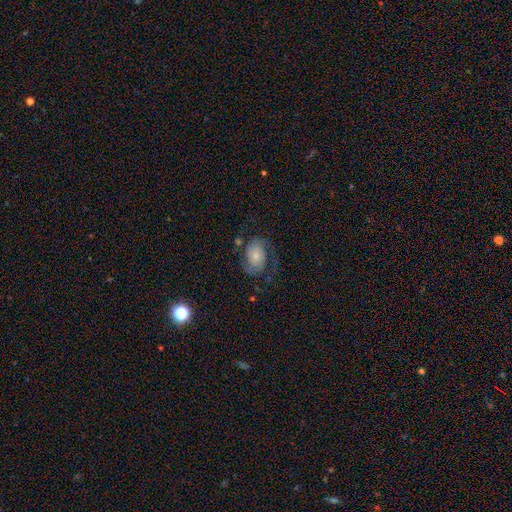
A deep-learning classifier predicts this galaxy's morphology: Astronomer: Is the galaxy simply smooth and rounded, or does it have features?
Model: featured or disk — 65%.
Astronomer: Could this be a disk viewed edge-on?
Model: no — 97%.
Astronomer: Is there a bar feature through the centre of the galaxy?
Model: no — 70%.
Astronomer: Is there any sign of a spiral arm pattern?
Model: yes — 90%.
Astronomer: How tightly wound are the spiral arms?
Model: medium — 44% (runner-up: loose, 30%).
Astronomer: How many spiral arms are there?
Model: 2 — 80%.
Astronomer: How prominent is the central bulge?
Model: small — 53% (runner-up: moderate, 29%).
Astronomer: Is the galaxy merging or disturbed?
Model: none — 56%.